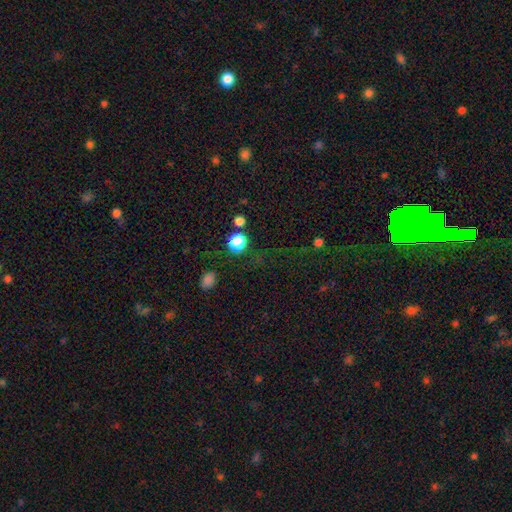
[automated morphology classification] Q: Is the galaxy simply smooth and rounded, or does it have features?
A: star or artifact — 63%.